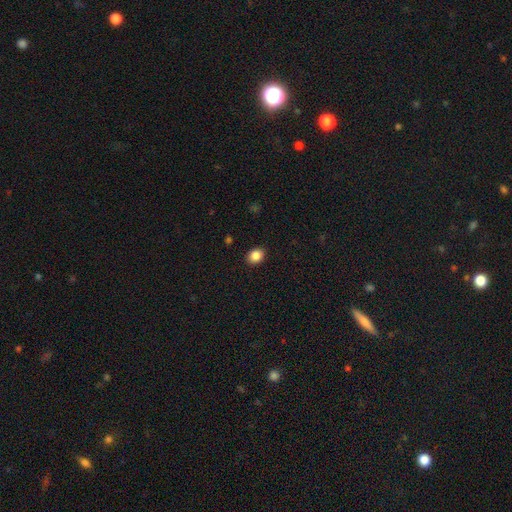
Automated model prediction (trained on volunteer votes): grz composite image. It shows a smooth galaxy with no disk features (87%) that is round (50%). Merging: none (90%).